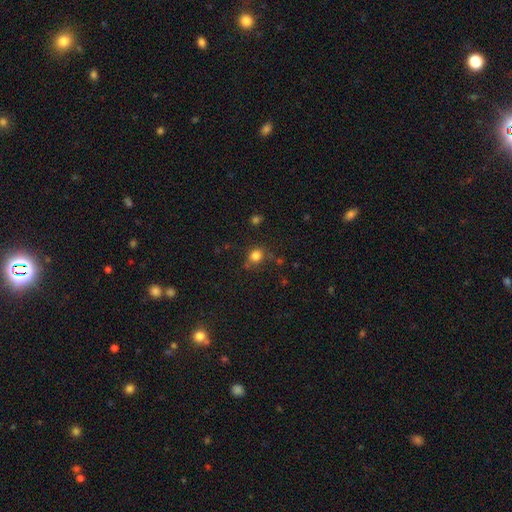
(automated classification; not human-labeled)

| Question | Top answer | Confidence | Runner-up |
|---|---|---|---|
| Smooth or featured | smooth | 80% | star or artifact (14%) |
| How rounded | round | 77% | in between (22%) |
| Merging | none | 73% | minor disturbance (15%) |